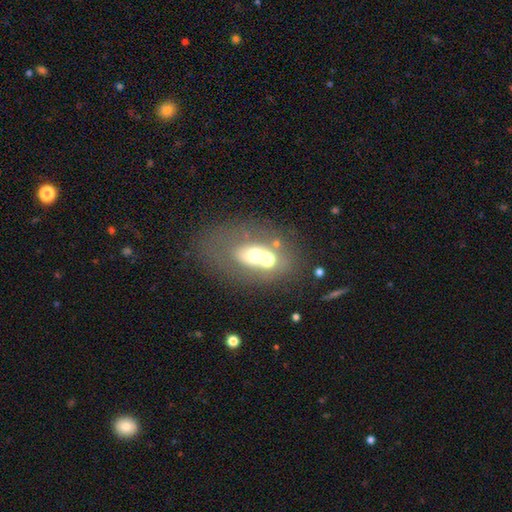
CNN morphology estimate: A smooth galaxy with no disk features (47%). Merging: none (40%).